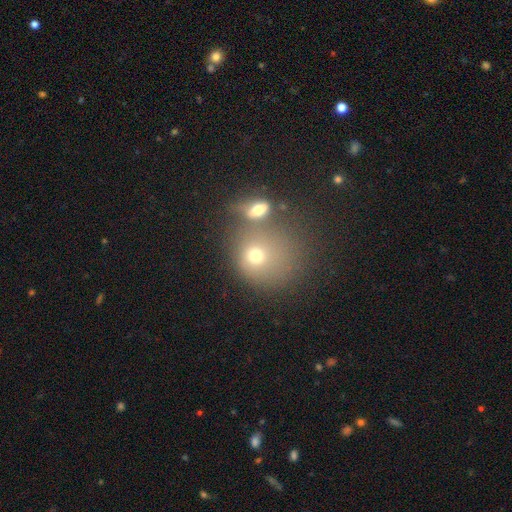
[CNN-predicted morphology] Smooth or featured? Predicted: smooth (p=0.69). How rounded? Predicted: round (p=0.68). Merging? Predicted: merger (p=0.42).